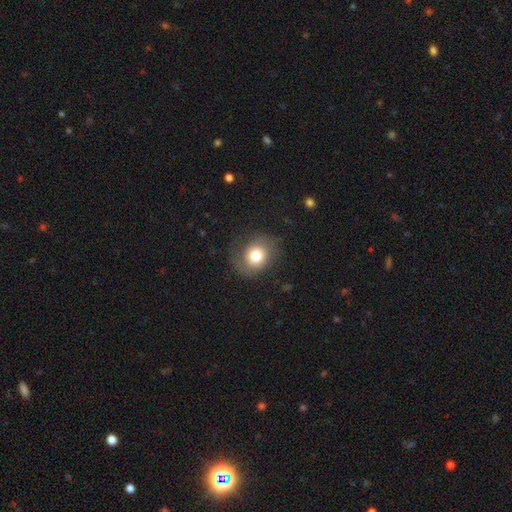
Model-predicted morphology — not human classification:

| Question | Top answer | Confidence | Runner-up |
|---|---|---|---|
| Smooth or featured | smooth | 69% | featured or disk (21%) |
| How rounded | round | 69% | in between (30%) |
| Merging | none | 70% | minor disturbance (18%) |